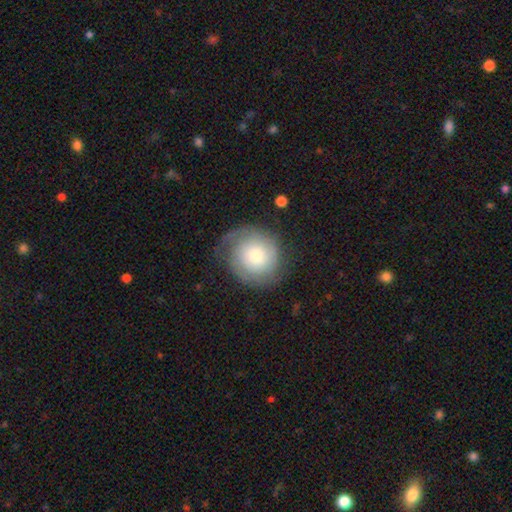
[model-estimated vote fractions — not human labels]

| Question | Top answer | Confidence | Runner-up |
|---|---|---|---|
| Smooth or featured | featured or disk | 52% | smooth (41%) |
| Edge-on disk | no | 97% | yes (3%) |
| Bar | no | 82% | weak (15%) |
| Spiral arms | yes | 84% | no (16%) |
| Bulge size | moderate | 49% | small (37%) |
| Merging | none | 67% | minor disturbance (21%) |